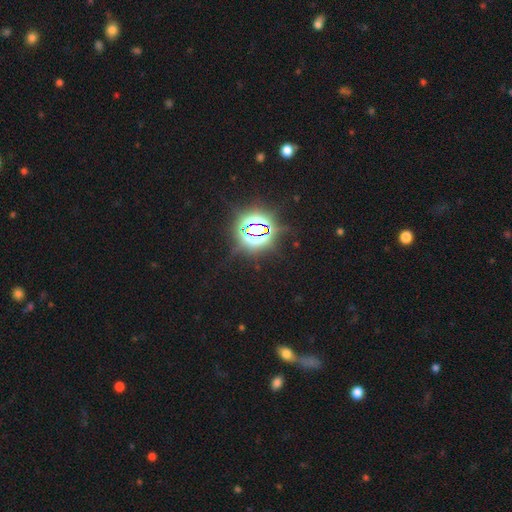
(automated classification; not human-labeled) smooth_or_featured: star or artifact (p=0.77) [alt: smooth p=0.17]